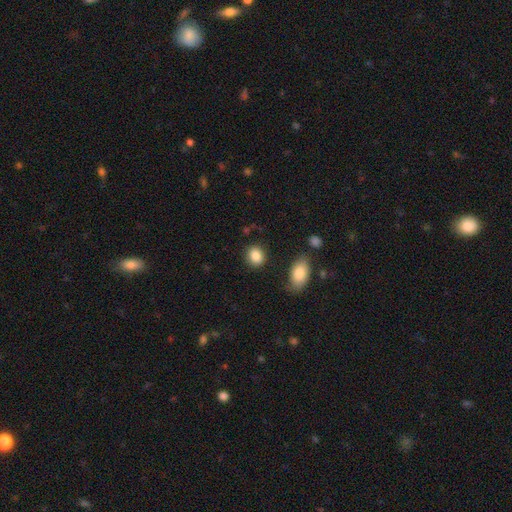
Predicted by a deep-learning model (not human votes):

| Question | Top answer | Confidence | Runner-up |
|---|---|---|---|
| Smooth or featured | smooth | 87% | star or artifact (8%) |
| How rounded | round | 62% | in between (36%) |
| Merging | none | 85% | minor disturbance (9%) |